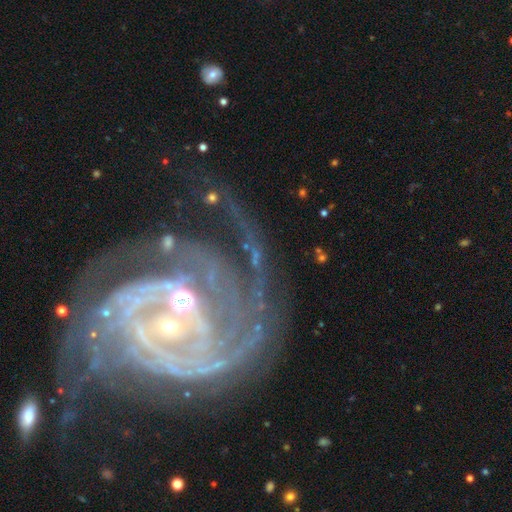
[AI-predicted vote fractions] A featured or disk galaxy (83%) with no bar (43%), 2 (28%) tight (55%) spiral arms (94%) and a small central bulge (46%).

Vote fractions:
- Smooth or featured? featured or disk: 83% / star or artifact: 11% / smooth: 7%
- Edge-on disk? no: 96% / yes: 4%
- Bar? no: 43% / strong: 31% / weak: 26%
- Spiral arms? yes: 94% / no: 6%
- Spiral winding? tight: 55% / medium: 33% / loose: 12%
- Spiral arm count? 2: 28% / can't tell: 20% / 3: 19% / 4: 12% / more than 4: 11% / 1: 10%
- Bulge size? small: 46% / moderate: 42% / large: 7% / none: 3% / dominant: 2%
- Merging? none: 56% / major disturbance: 20% / minor disturbance: 17% / merger: 7%